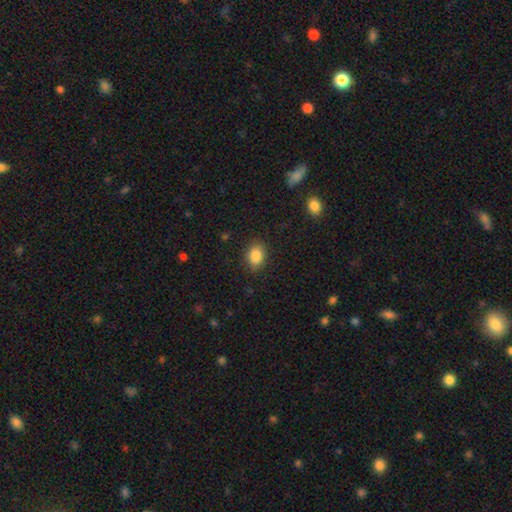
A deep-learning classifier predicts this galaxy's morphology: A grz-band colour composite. It shows a smooth galaxy with no disk features (86%) that is in between round and cigar-shaped (72%). Merging: none (85%).